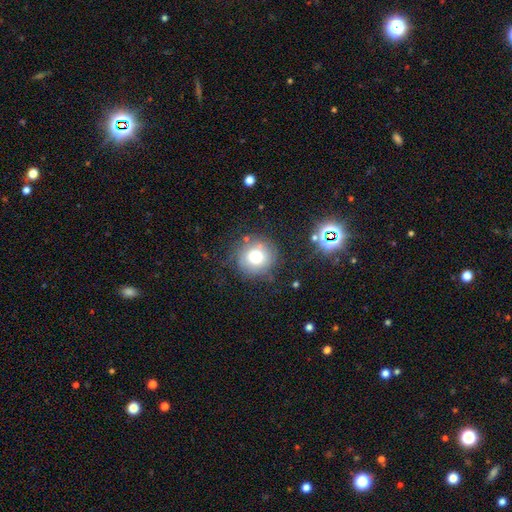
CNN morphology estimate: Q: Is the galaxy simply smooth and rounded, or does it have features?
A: smooth — 66%.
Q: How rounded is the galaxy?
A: round — 90%.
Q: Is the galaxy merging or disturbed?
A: none — 72%.